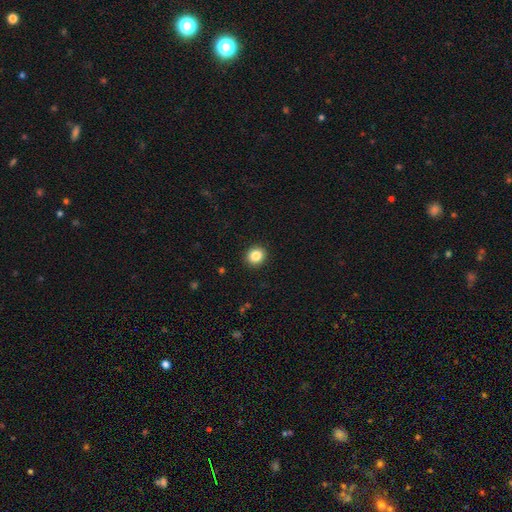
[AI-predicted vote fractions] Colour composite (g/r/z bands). It shows a smooth galaxy with no disk features (85%) that is round (85%). Merging: none (92%).